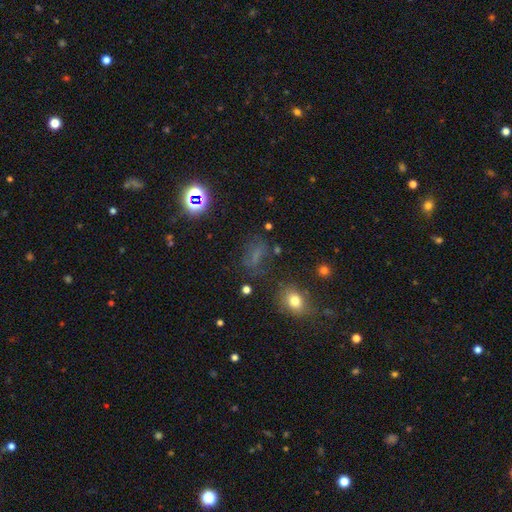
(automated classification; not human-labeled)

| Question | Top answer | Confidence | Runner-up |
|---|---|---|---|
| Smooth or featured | smooth | 42% | star or artifact (38%) |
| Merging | none | 59% | minor disturbance (20%) |